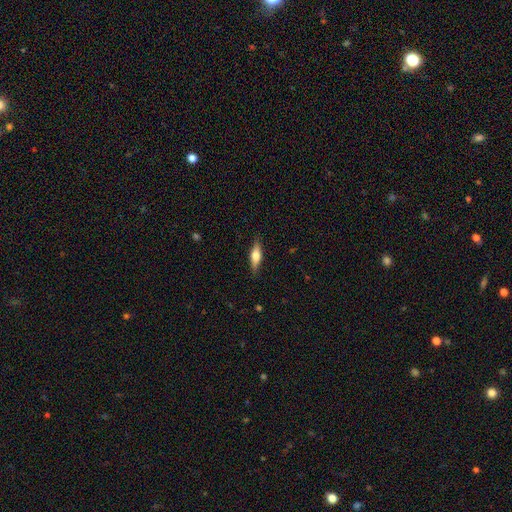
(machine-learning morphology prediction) Smooth or featured: smooth — 53% (featured or disk — 41%)
How rounded: cigar-shaped — 51% (in between — 46%)
Merging: none — 86% (minor disturbance — 11%)